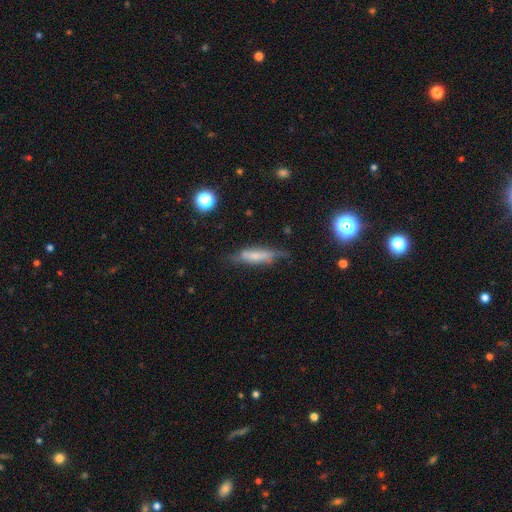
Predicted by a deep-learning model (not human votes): This is possibly a smooth galaxy (57%). How rounded: likely cigar-shaped (75%). Merging: possibly none (58%).